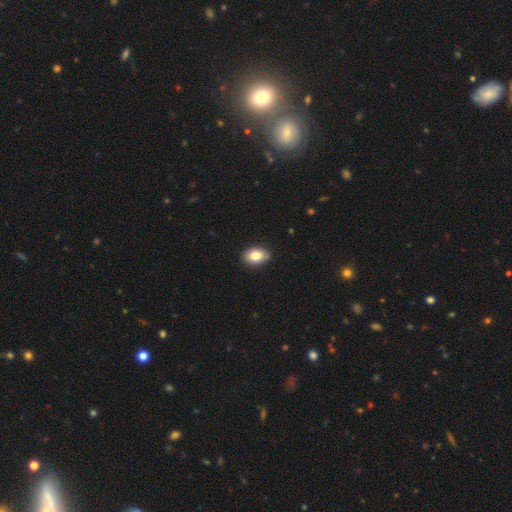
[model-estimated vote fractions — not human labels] Morphology: type=smooth (84%); roundness=in between (83%); merging=none (87%).